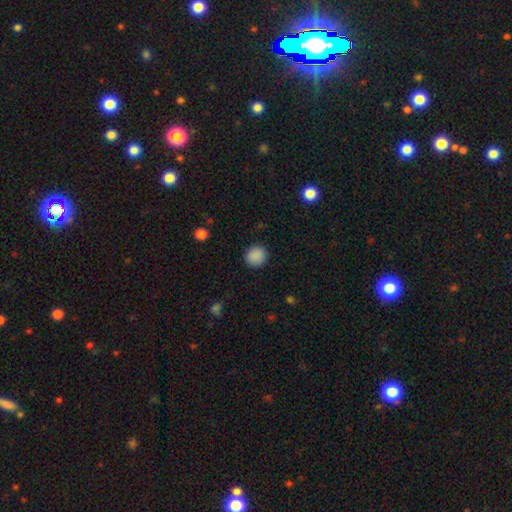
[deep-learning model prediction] Smooth or featured?
  - smooth: 89% *
  - star or artifact: 9%
  - featured or disk: 2%
How rounded?
  - round: 87% *
  - in between: 12%
  - cigar-shaped: 1%
Merging?
  - none: 90% *
  - minor disturbance: 7%
  - major disturbance: 2%
  - merger: 1%